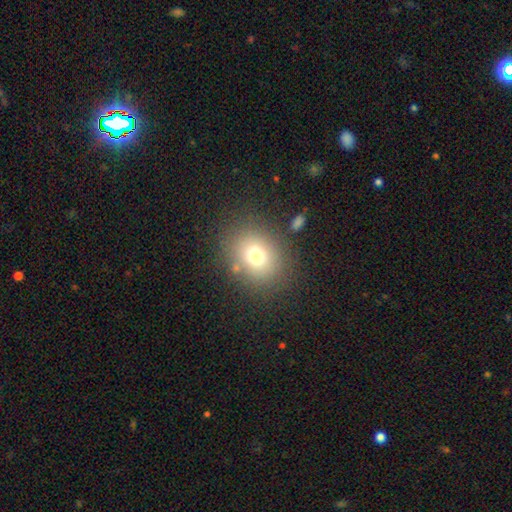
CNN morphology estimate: Smooth or featured? smooth (72%)
How rounded? round (67%)
Merging? none (81%)